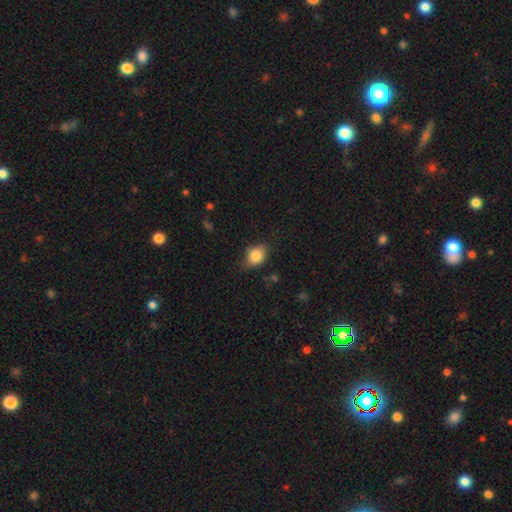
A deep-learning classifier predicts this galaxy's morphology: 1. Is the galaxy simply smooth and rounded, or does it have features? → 84% smooth, 8% star or artifact, 8% featured or disk.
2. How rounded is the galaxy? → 62% in between, 37% round, 1% cigar-shaped.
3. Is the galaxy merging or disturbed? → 70% none, 24% minor disturbance, 5% major disturbance, 1% merger.